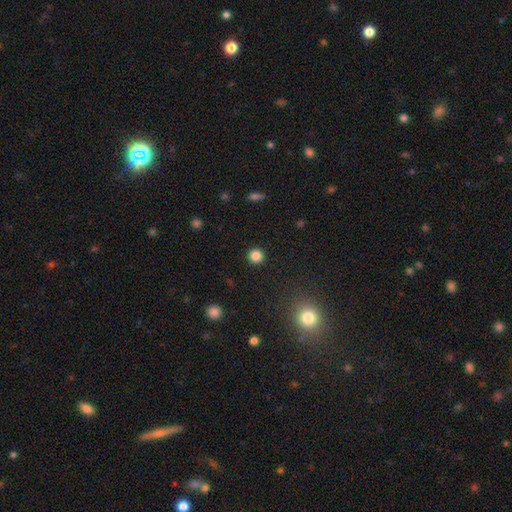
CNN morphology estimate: type=smooth (84%); roundness=round (95%); merging=none (93%).